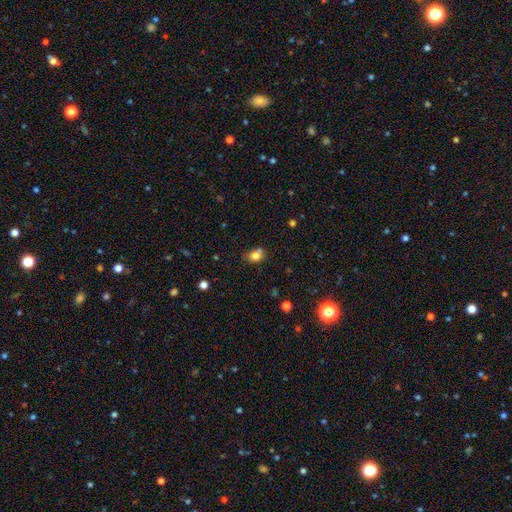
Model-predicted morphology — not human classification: The model was most divided on "how rounded": round: 55%, in between: 44%, cigar-shaped: 1%. More confident: smooth or featured — smooth (78%); merging — none (53%).